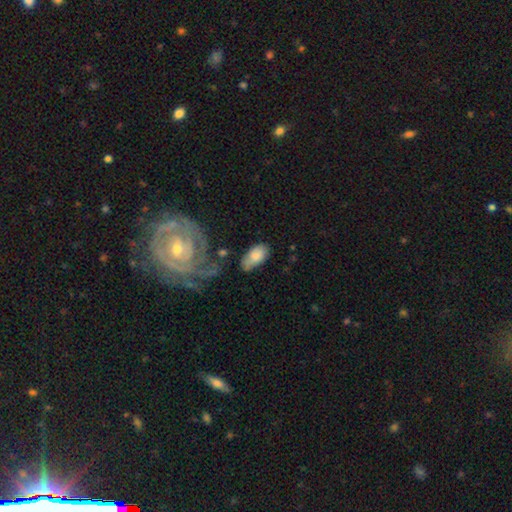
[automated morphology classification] A smooth galaxy with no disk features (77%) that is in between round and cigar-shaped (93%).

Vote fractions:
- Smooth or featured? smooth: 77% / featured or disk: 17% / star or artifact: 6%
- How rounded? in between: 93% / round: 4% / cigar-shaped: 3%
- Merging? none: 56% / minor disturbance: 26% / major disturbance: 10% / merger: 7%